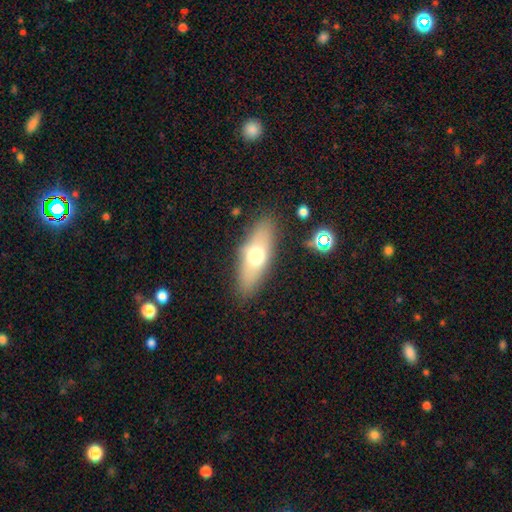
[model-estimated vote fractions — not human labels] Q: Smooth or featured?
A: smooth (62%); runner-up: featured or disk (29%)
Q: How rounded?
A: in between (63%); runner-up: cigar-shaped (33%)
Q: Merging?
A: none (85%); runner-up: minor disturbance (10%)